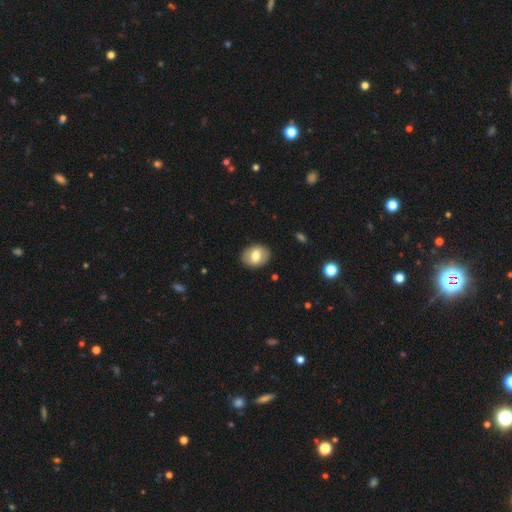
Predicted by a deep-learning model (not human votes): A smooth galaxy with no disk features (69%) that is in between round and cigar-shaped (56%). Merging: none (88%).